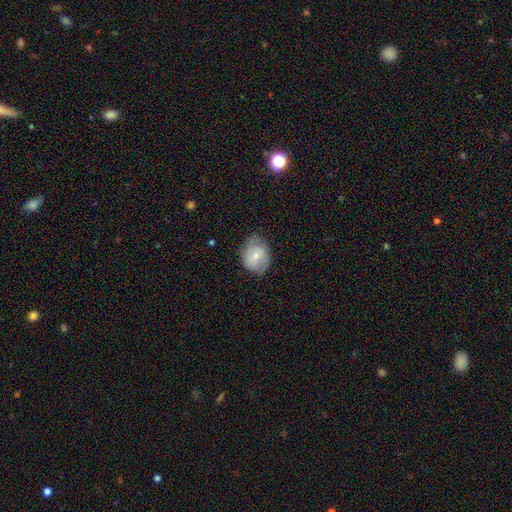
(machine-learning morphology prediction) Smooth or featured? smooth (53%)
How rounded? round (52%)
Merging? none (68%)